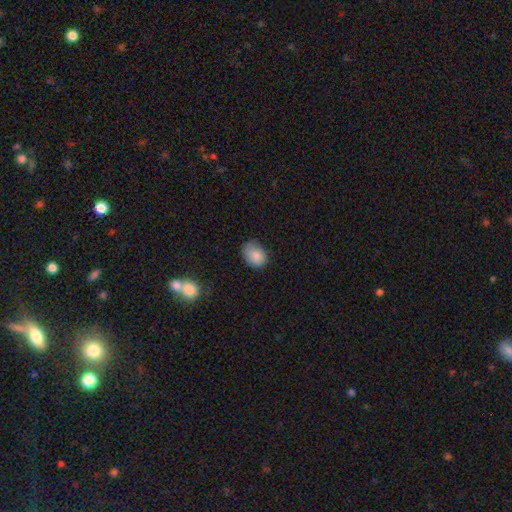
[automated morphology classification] A smooth galaxy with no disk features (85%) that is in between round and cigar-shaped (66%).

Vote fractions:
- Smooth or featured? smooth: 85% / star or artifact: 9% / featured or disk: 6%
- How rounded? in between: 66% / round: 33% / cigar-shaped: 1%
- Merging? none: 65% / minor disturbance: 28% / major disturbance: 6% / merger: 2%